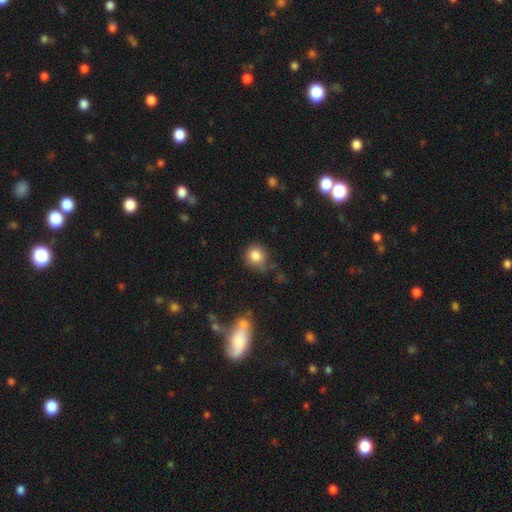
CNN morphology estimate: Smooth or featured? smooth (83%)
How rounded? round (84%)
Merging? none (72%)